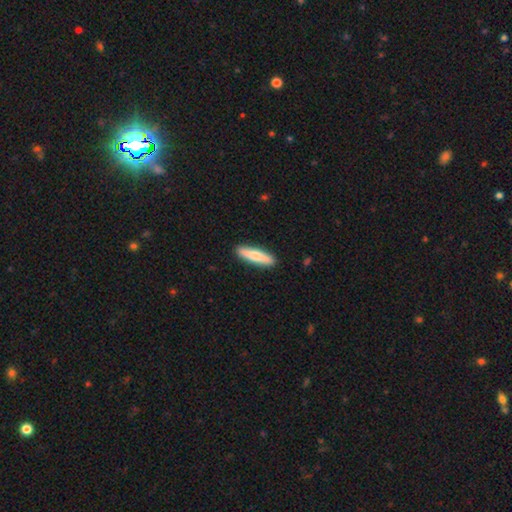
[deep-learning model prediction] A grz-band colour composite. It shows a smooth galaxy with no disk features (67%) that is cigar-shaped (83%). Merging: none (91%).